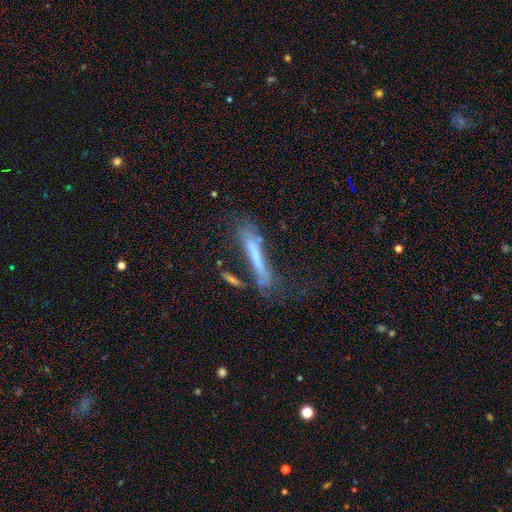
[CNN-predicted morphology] smooth-or-featured: featured or disk: 48% | smooth: 42% | star or artifact: 10%
  merging: none: 38% | major disturbance: 26% | minor disturbance: 23% | merger: 13%